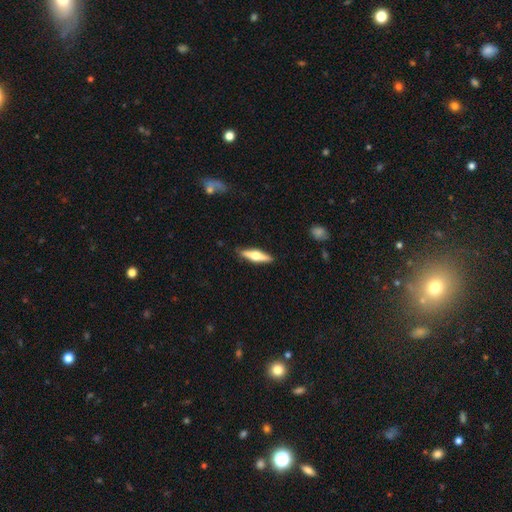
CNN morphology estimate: Smooth or featured?
  - featured or disk: 56% *
  - smooth: 38%
  - star or artifact: 5%
Edge-on disk?
  - yes: 96% *
  - no: 4%
Edge-on bulge?
  - rounded: 93% *
  - boxy: 4%
  - none: 2%
Merging?
  - none: 88% *
  - minor disturbance: 9%
  - major disturbance: 2%
  - merger: 1%